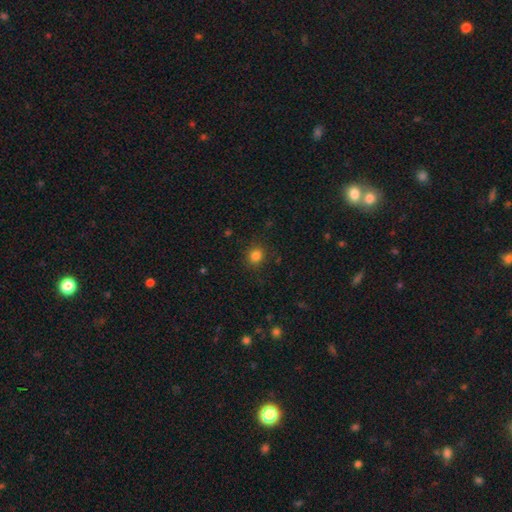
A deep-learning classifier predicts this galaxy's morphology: Q: Smooth or featured?
A: smooth (83%); runner-up: star or artifact (13%)
Q: How rounded?
A: round (77%); runner-up: in between (22%)
Q: Merging?
A: none (86%); runner-up: minor disturbance (9%)